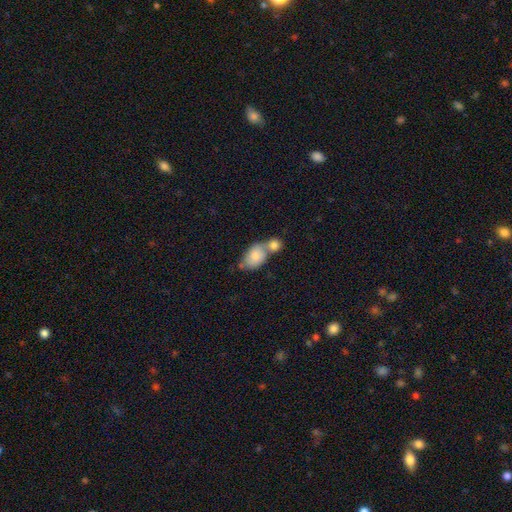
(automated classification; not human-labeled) This is likely a smooth galaxy (80%). How rounded: clearly in between (82%). Merging: possibly merger (59%).